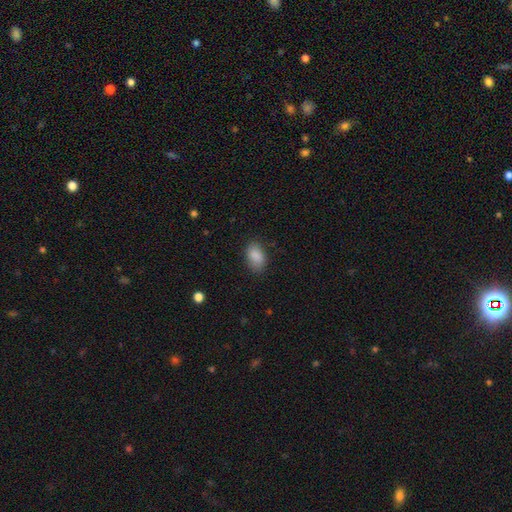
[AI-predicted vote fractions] Smooth or featured?
  - smooth: 88% *
  - star or artifact: 8%
  - featured or disk: 4%
How rounded?
  - in between: 89% *
  - round: 9%
  - cigar-shaped: 1%
Merging?
  - none: 80% *
  - minor disturbance: 15%
  - major disturbance: 4%
  - merger: 1%